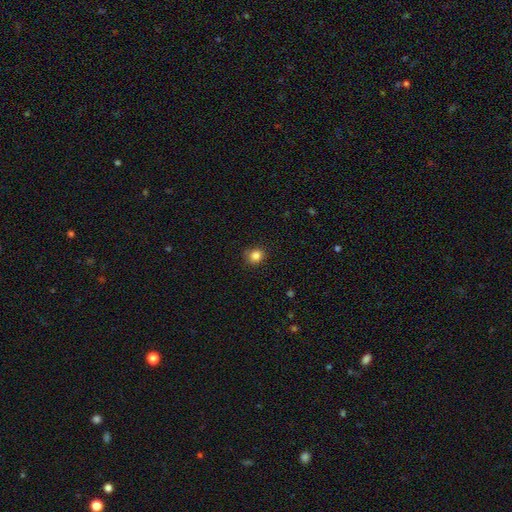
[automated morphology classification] Smooth or featured?
  - smooth: 84% *
  - star or artifact: 12%
  - featured or disk: 4%
How rounded?
  - round: 81% *
  - in between: 18%
  - cigar-shaped: 1%
Merging?
  - none: 84% *
  - minor disturbance: 12%
  - major disturbance: 2%
  - merger: 1%